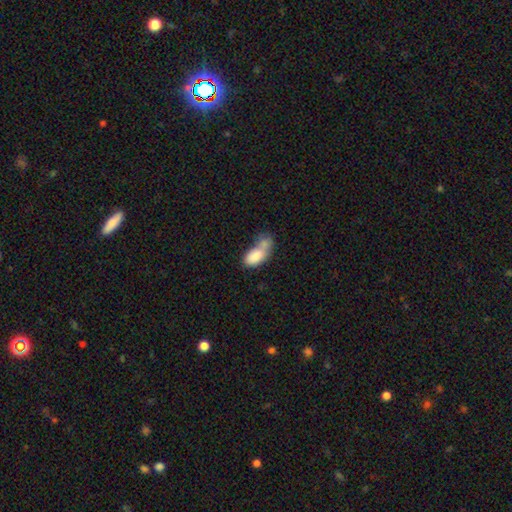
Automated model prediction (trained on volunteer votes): Smooth or featured: smooth — 80% (featured or disk — 12%)
How rounded: in between — 90% (cigar-shaped — 5%)
Merging: merger — 57% (none — 21%)